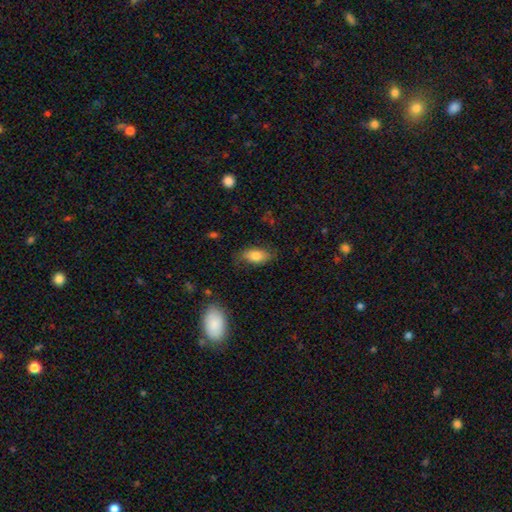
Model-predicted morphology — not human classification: Smooth or featured: smooth — 76% (featured or disk — 17%)
How rounded: in between — 90% (cigar-shaped — 6%)
Merging: none — 71% (minor disturbance — 21%)